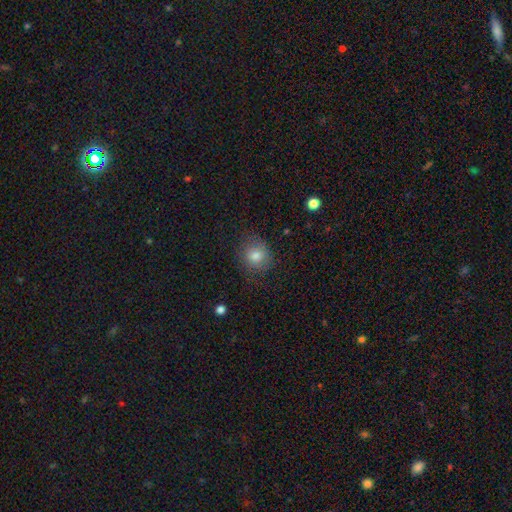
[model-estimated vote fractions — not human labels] Smooth or featured?
  - smooth: 79% *
  - featured or disk: 11%
  - star or artifact: 10%
How rounded?
  - round: 79% *
  - in between: 20%
  - cigar-shaped: 1%
Merging?
  - none: 77% *
  - minor disturbance: 17%
  - major disturbance: 6%
  - merger: 1%